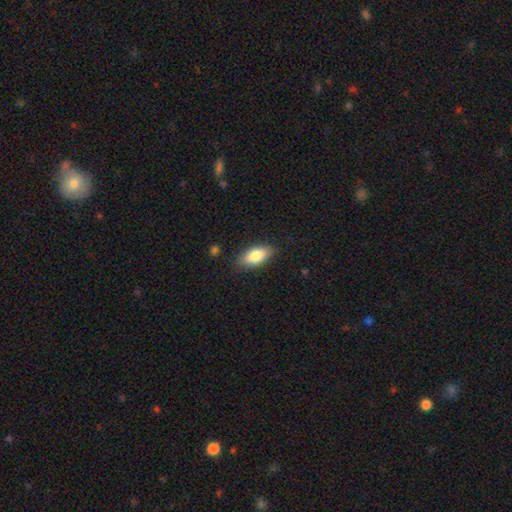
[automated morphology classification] This is clearly a smooth galaxy (82%). How rounded: clearly in between (84%). Merging: clearly none (84%).